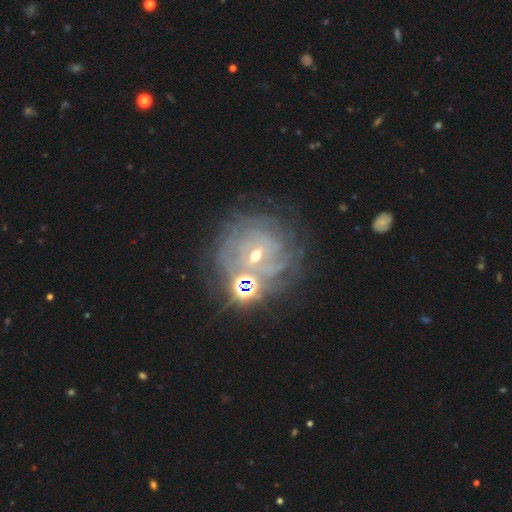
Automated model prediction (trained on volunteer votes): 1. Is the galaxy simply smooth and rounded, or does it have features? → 76% featured or disk, 14% star or artifact, 10% smooth.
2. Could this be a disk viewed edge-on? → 96% no, 4% yes.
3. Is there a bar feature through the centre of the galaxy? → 48% weak, 31% no, 21% strong.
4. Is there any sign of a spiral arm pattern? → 87% yes, 13% no.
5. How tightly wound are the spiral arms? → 75% tight, 19% medium, 6% loose.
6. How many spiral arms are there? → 50% can't tell, 12% more than 4, 11% 4, 11% 3, 10% 2, 5% 1.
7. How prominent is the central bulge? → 49% small, 45% moderate, 3% large, 2% none, 1% dominant.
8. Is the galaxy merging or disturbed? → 63% none, 17% minor disturbance, 12% major disturbance, 8% merger.